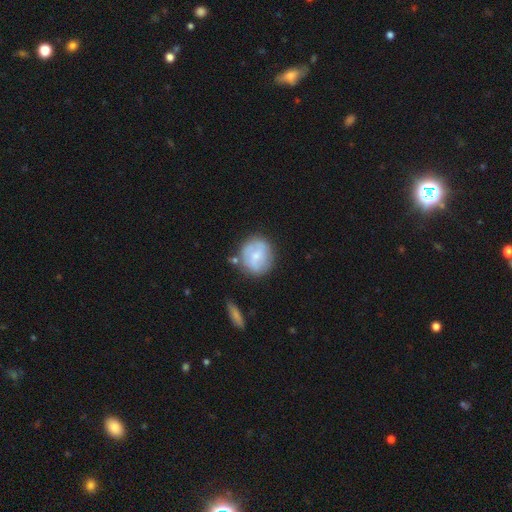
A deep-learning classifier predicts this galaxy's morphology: Q: Smooth or featured?
A: smooth (52%); runner-up: featured or disk (42%)
Q: How rounded?
A: round (86%); runner-up: in between (13%)
Q: Merging?
A: none (68%); runner-up: minor disturbance (18%)